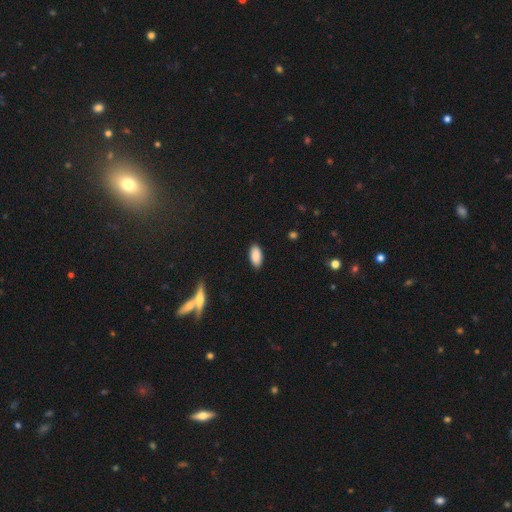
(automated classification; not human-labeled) A smooth galaxy with no disk features (89%) that is in between round and cigar-shaped (94%).

Vote fractions:
- Smooth or featured? smooth: 89% / star or artifact: 7% / featured or disk: 4%
- How rounded? in between: 94% / cigar-shaped: 4% / round: 2%
- Merging? none: 87% / minor disturbance: 10% / major disturbance: 2% / merger: 1%